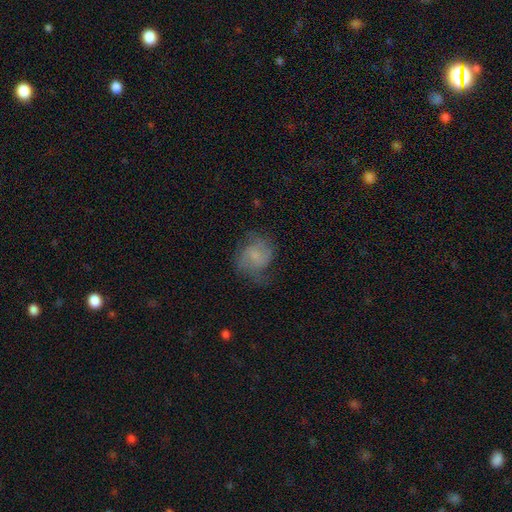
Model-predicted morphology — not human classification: Smooth or featured: featured or disk — 52% (smooth — 39%)
Edge-on disk: no — 98% (yes — 2%)
Bar: no — 67% (weak — 28%)
Spiral arms: yes — 85% (no — 15%)
Bulge size: small — 53% (none — 22%)
Merging: none — 56% (minor disturbance — 25%)